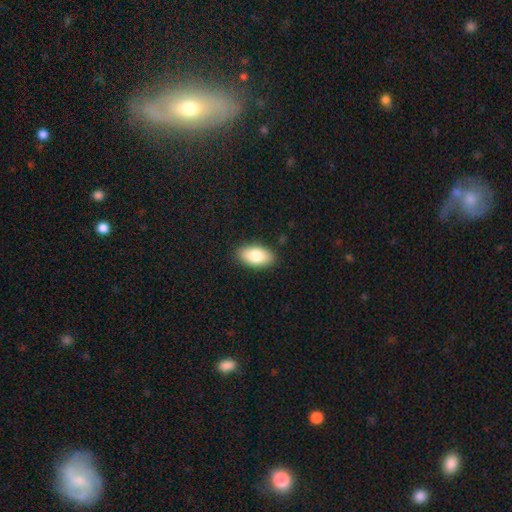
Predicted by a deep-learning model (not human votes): smooth 81%, featured or disk 13%, star or artifact 7%. Down the decision tree: how rounded — in between (94%); merging — none (88%).